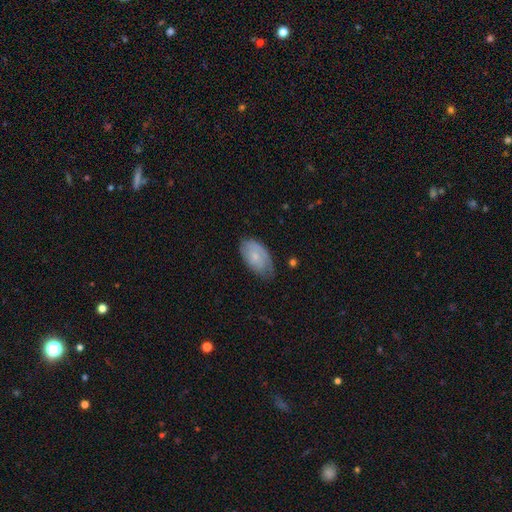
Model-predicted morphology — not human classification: Smooth or featured? smooth (56%)
How rounded? in between (93%)
Merging? none (58%)